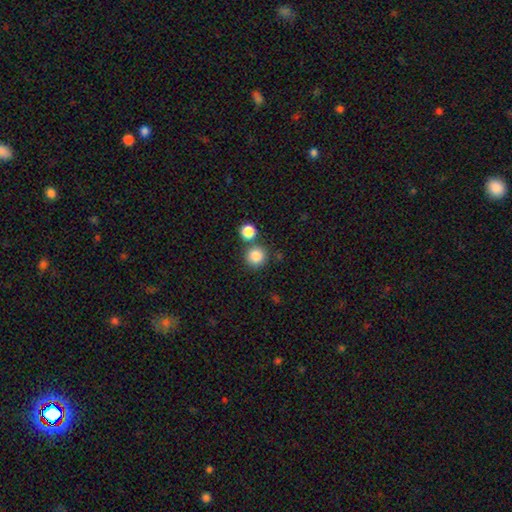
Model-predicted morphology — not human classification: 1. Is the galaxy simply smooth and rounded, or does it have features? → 84% smooth, 11% star or artifact, 5% featured or disk.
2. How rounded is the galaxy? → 94% round, 5% in between, 1% cigar-shaped.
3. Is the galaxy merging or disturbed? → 75% none, 15% merger, 7% minor disturbance, 3% major disturbance.